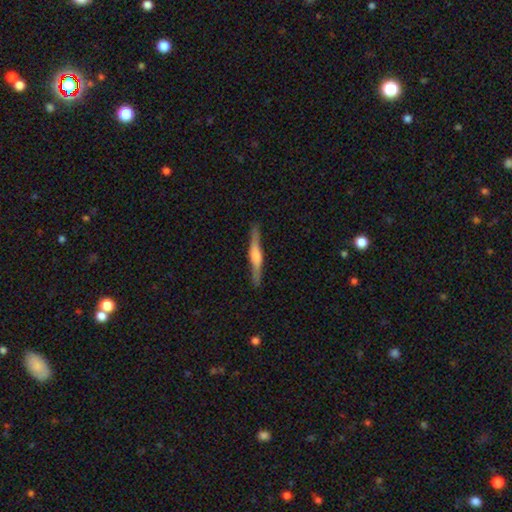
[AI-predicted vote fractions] featured or disk 70%, smooth 25%, star or artifact 5%. Down the decision tree: edge-on disk — yes (97%); edge-on bulge — rounded (70%); merging — none (89%).